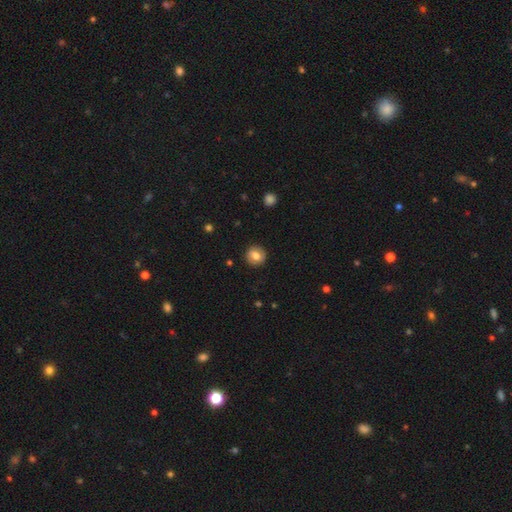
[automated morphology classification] Smooth or featured?
  - smooth: 72% *
  - featured or disk: 20%
  - star or artifact: 9%
How rounded?
  - round: 89% *
  - in between: 10%
  - cigar-shaped: 1%
Merging?
  - none: 90% *
  - minor disturbance: 7%
  - major disturbance: 2%
  - merger: 1%